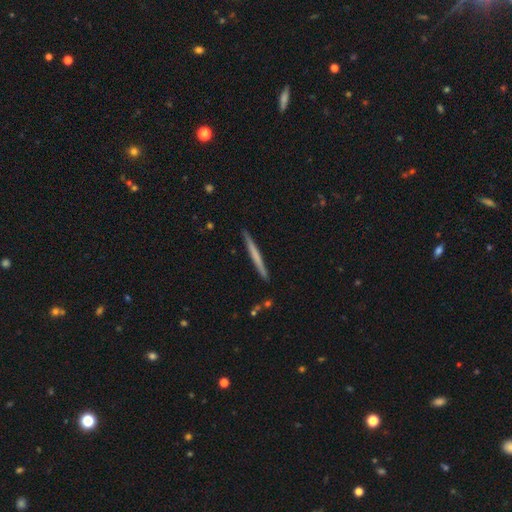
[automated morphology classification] Smooth or featured: smooth — 54% (featured or disk — 41%)
How rounded: cigar-shaped — 97% (in between — 2%)
Merging: none — 92% (minor disturbance — 6%)